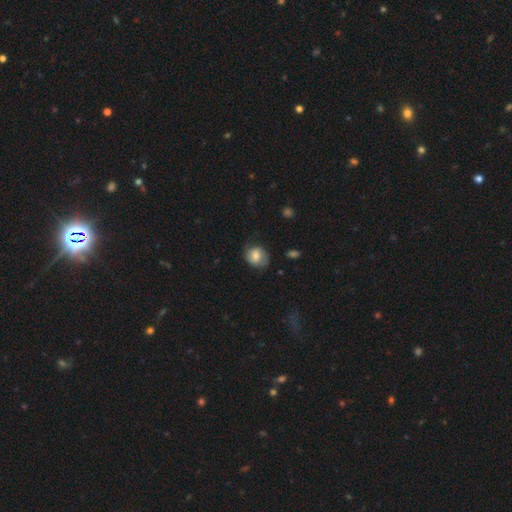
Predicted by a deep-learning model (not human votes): The model was most divided on "how rounded": round: 56%, in between: 43%, cigar-shaped: 1%. More confident: merging — none (62%); smooth or featured — smooth (61%).